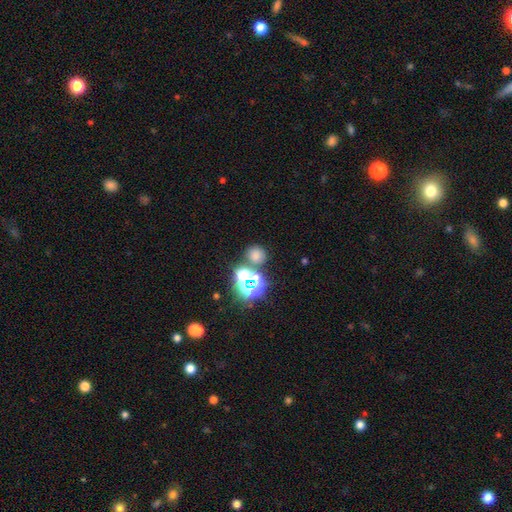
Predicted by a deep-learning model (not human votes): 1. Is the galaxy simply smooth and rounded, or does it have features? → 61% smooth, 31% star or artifact, 8% featured or disk.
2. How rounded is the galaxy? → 83% round, 16% in between, 1% cigar-shaped.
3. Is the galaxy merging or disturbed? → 71% none, 16% merger, 9% minor disturbance, 4% major disturbance.